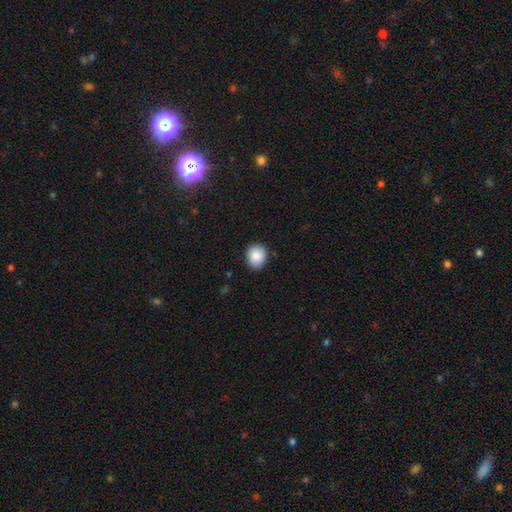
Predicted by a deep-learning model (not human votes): Smooth or featured? Predicted: smooth (p=0.87). How rounded? Predicted: round (p=0.70). Merging? Predicted: none (p=0.88).